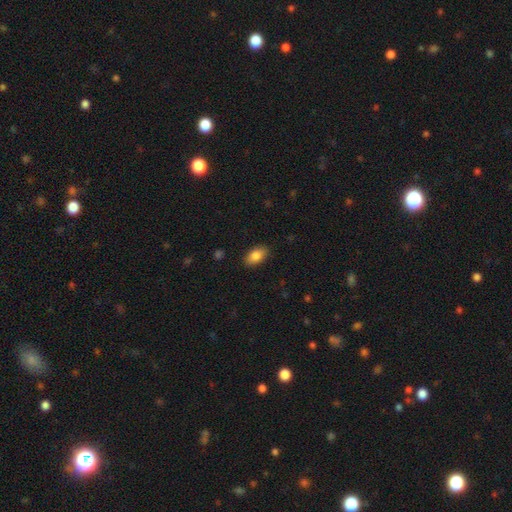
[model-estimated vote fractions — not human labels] This appears to be a smooth galaxy with no disk features (85%) that is in between round and cigar-shaped (92%). Merging: none (88%).